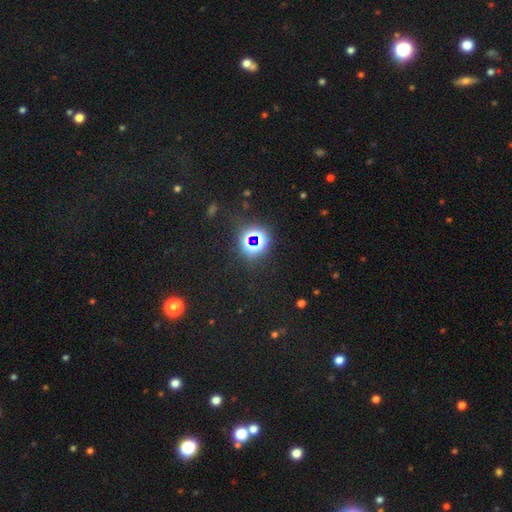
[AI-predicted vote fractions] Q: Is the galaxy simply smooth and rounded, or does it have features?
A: star or artifact — 78%.